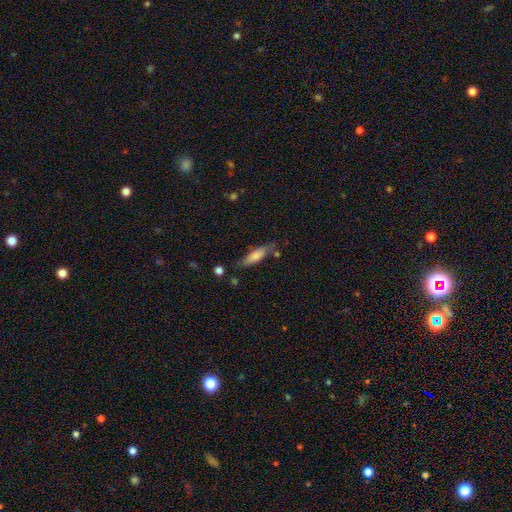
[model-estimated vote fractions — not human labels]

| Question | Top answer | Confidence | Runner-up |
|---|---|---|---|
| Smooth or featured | smooth | 74% | featured or disk (20%) |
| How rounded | cigar-shaped | 55% | in between (44%) |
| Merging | none | 68% | minor disturbance (21%) |